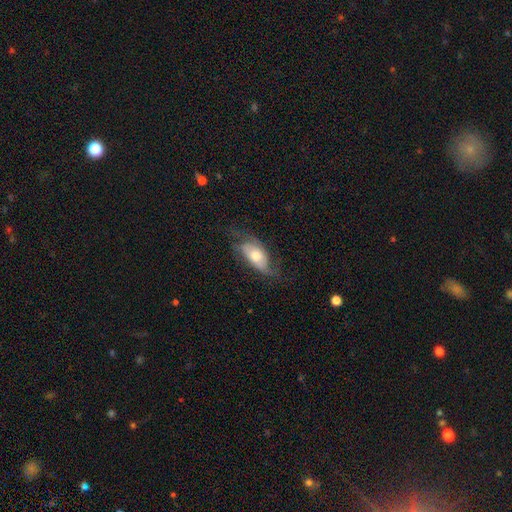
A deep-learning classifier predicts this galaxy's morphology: This is possibly a featured or disk galaxy (49%). Merging: possibly none (51%).